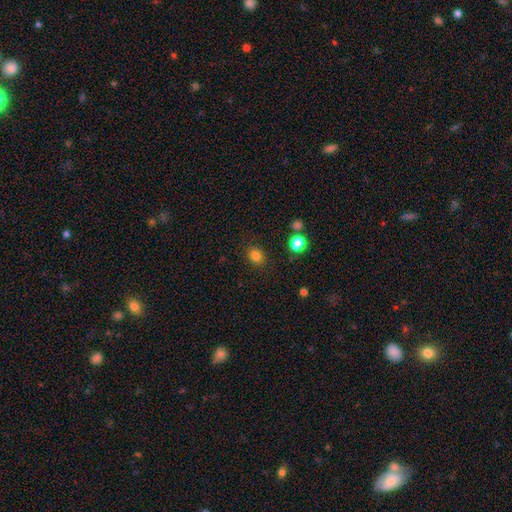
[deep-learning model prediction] smooth_or_featured: smooth (p=0.82) [alt: star or artifact p=0.13]
how_rounded: round (p=0.63) [alt: in between p=0.36]
merging: none (p=0.87) [alt: minor disturbance p=0.09]